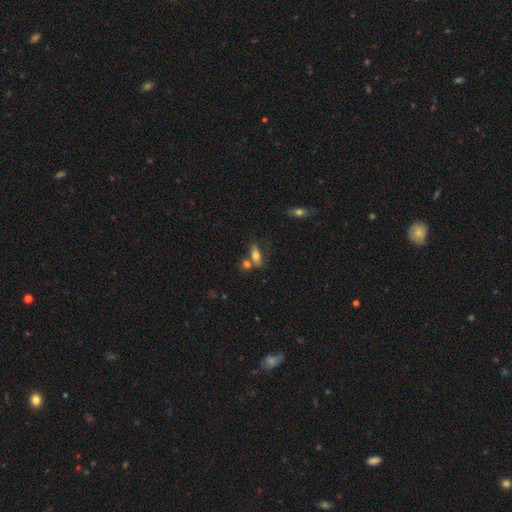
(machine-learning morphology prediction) A smooth galaxy with no disk features (70%) that is in between round and cigar-shaped (70%). Merging: none (53%).